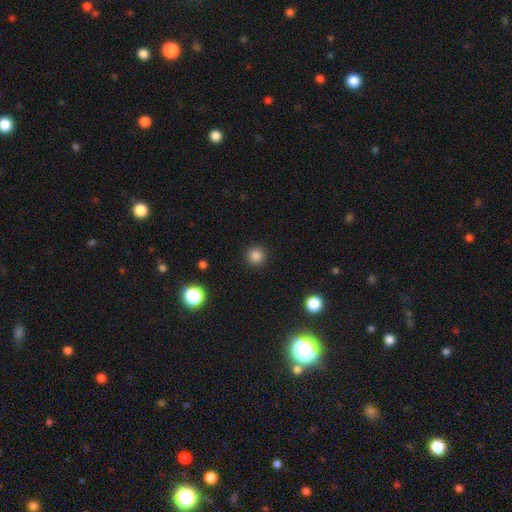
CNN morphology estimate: Smooth or featured? Predicted: smooth (p=0.84). How rounded? Predicted: round (p=0.95). Merging? Predicted: none (p=0.92).